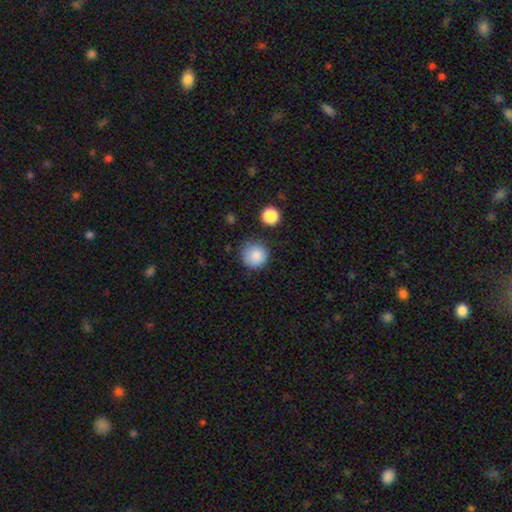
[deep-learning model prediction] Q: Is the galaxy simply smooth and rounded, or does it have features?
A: smooth — 86%.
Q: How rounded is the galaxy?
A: round — 94%.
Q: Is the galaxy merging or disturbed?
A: none — 80%.